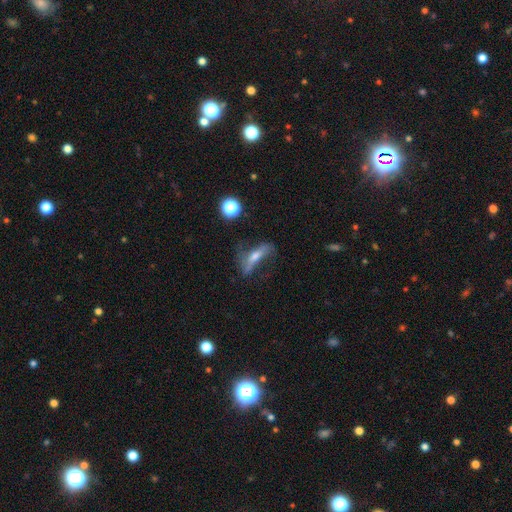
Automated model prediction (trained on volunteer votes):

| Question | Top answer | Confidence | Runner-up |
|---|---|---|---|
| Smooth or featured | featured or disk | 62% | smooth (25%) |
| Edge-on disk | no | 53% | yes (47%) |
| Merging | none | 52% | minor disturbance (23%) |